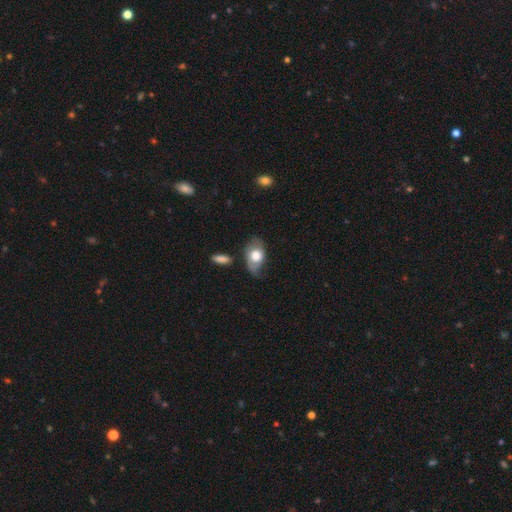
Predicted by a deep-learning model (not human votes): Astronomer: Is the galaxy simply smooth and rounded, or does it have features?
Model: smooth — 65%.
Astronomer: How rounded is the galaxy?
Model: in between — 81%.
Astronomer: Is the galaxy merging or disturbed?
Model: none — 43% (runner-up: minor disturbance, 34%).